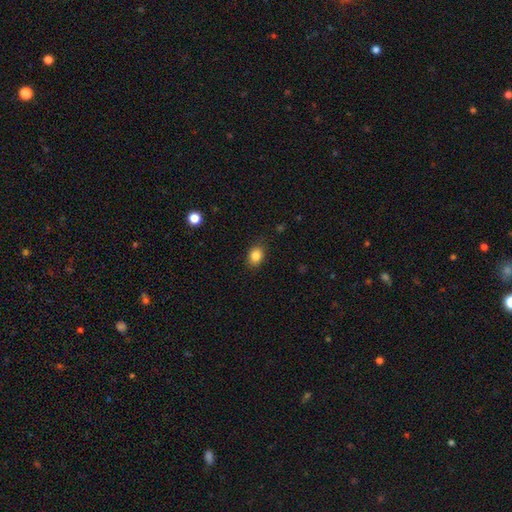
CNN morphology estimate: Smooth or featured? Predicted: smooth (p=0.85). How rounded? Predicted: in between (p=0.59). Merging? Predicted: none (p=0.82).